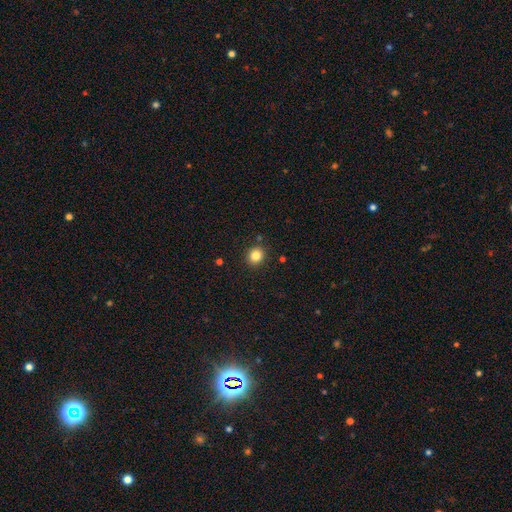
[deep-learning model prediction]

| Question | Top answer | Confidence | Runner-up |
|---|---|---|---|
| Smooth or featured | smooth | 83% | star or artifact (11%) |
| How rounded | round | 83% | in between (16%) |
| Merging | none | 89% | minor disturbance (7%) |